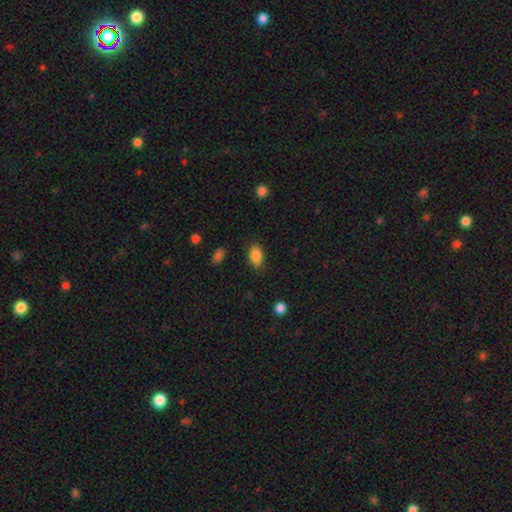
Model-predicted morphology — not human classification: Smooth or featured? smooth (86%)
How rounded? in between (88%)
Merging? none (83%)